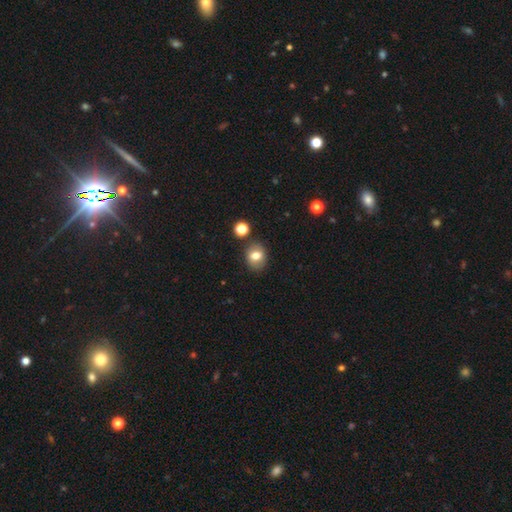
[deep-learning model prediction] smooth-or-featured: smooth: 73% | featured or disk: 16% | star or artifact: 11%
  how-rounded: round: 59% | in between: 40% | cigar-shaped: 1%
  merging: none: 82% | minor disturbance: 10% | merger: 6% | major disturbance: 3%